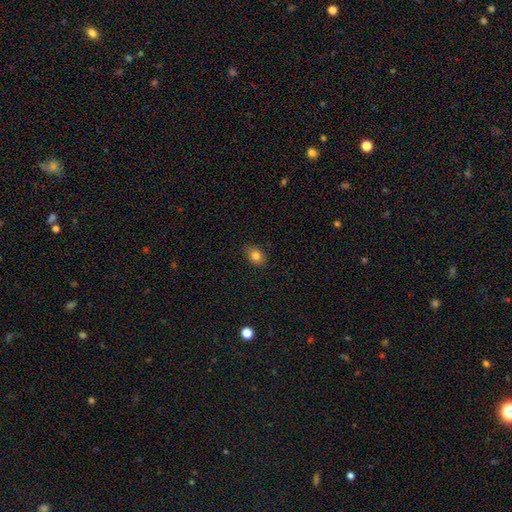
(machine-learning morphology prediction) This is clearly a smooth galaxy (82%). How rounded: likely in between (71%). Merging: clearly none (82%).